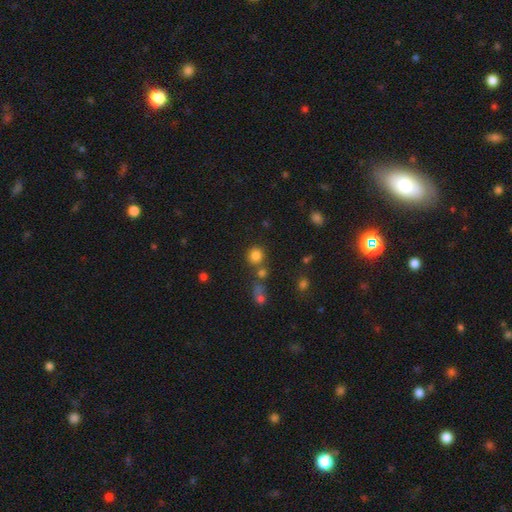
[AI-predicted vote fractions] The model was most divided on "merging": none: 71%, merger: 16%, minor disturbance: 9%, major disturbance: 4%. More confident: how rounded — round (89%); smooth or featured — smooth (80%).